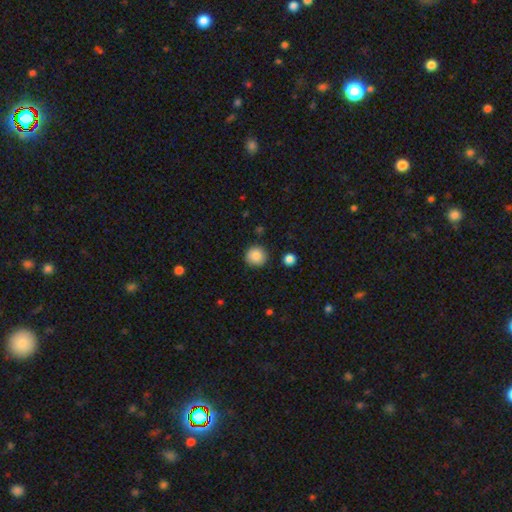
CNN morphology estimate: Q: Smooth or featured?
A: smooth (87%); runner-up: star or artifact (9%)
Q: How rounded?
A: round (93%); runner-up: in between (6%)
Q: Merging?
A: none (89%); runner-up: minor disturbance (7%)